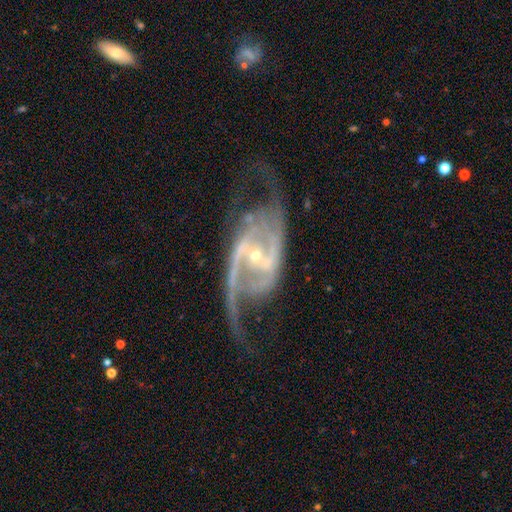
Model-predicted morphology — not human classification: featured or disk 92%, star or artifact 5%, smooth 3%. Down the decision tree: edge-on disk — no (96%); bar — strong (39%); spiral arms — yes (97%); spiral arm count — 2 (87%); spiral winding — medium (47%); bulge size — small (72%); merging — none (62%).